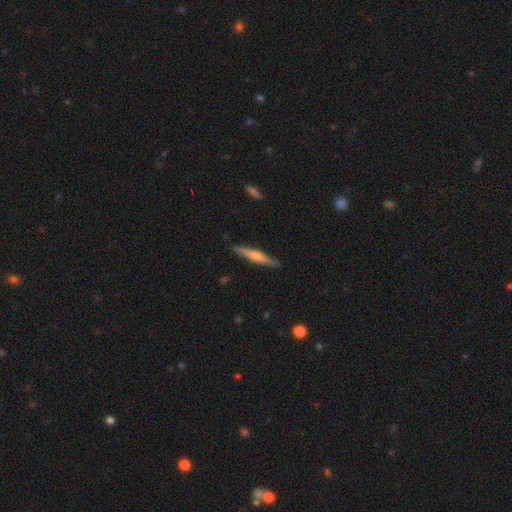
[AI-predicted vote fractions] Morphology: type=featured or disk (49%); merging=none (90%).